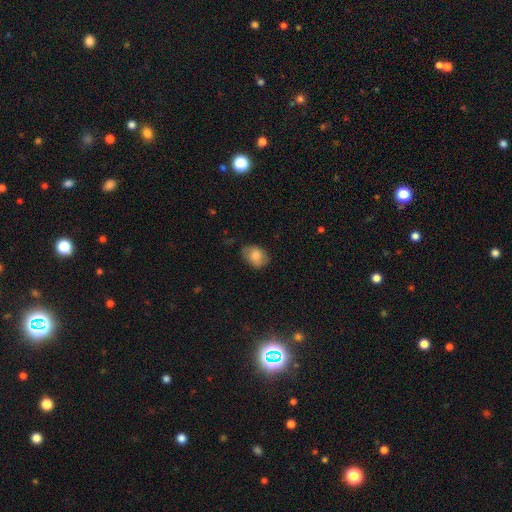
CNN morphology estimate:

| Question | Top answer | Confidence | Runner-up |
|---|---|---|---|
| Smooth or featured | smooth | 75% | featured or disk (17%) |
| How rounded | in between | 77% | round (21%) |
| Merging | none | 72% | minor disturbance (22%) |